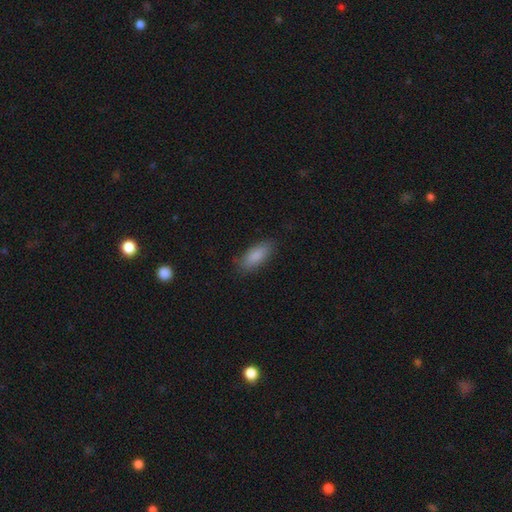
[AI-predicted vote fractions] Morphology: type=smooth (86%); roundness=in between (79%); merging=none (79%).